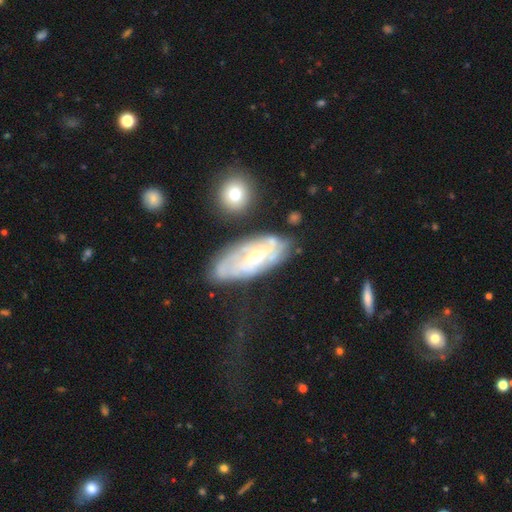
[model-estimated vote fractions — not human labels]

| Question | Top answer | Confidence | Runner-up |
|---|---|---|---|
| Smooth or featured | featured or disk | 76% | smooth (17%) |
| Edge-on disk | no | 88% | yes (12%) |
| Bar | no | 44% | weak (40%) |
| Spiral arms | yes | 79% | no (21%) |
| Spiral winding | tight | 65% | medium (26%) |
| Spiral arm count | can't tell | 60% | 2 (21%) |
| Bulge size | moderate | 55% | small (40%) |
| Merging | none | 60% | minor disturbance (23%) |